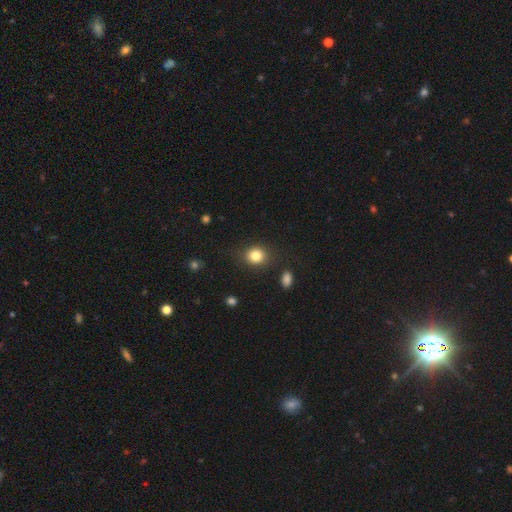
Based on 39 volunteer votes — This appears to be a smooth galaxy with no disk features (85%) that is round (82%). Merging: none (78%).